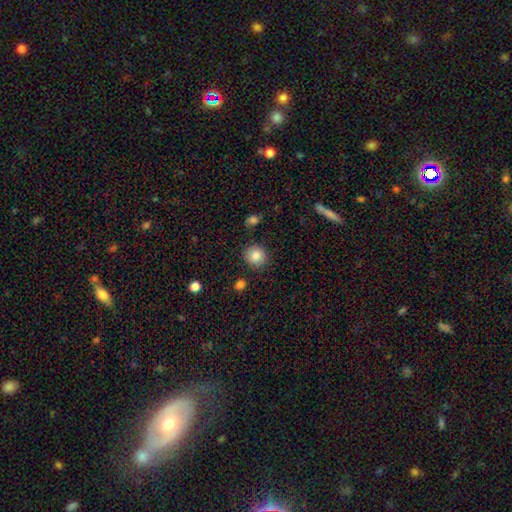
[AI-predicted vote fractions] Smooth or featured: smooth — 86% (star or artifact — 9%)
How rounded: round — 89% (in between — 10%)
Merging: none — 87% (minor disturbance — 8%)